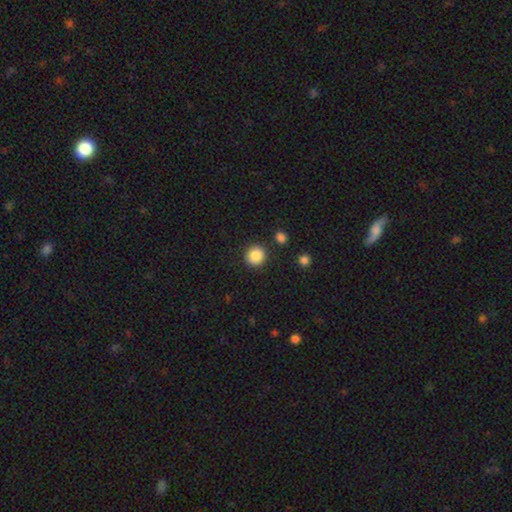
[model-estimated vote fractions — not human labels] A smooth galaxy with no disk features (87%) that is round (89%). Merging: none (88%).